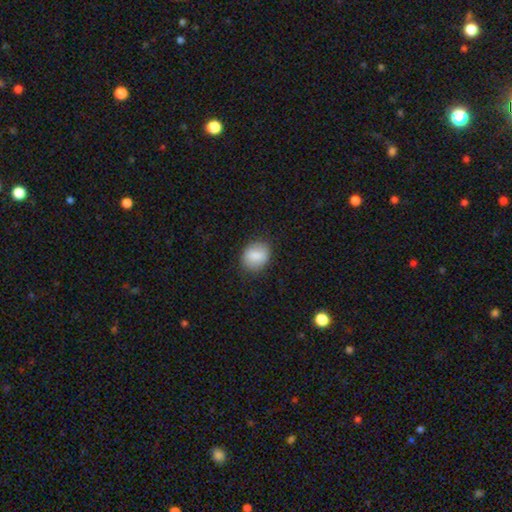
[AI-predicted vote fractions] Q: Smooth or featured?
A: smooth (83%); runner-up: featured or disk (9%)
Q: How rounded?
A: in between (50%); runner-up: round (49%)
Q: Merging?
A: none (83%); runner-up: minor disturbance (12%)